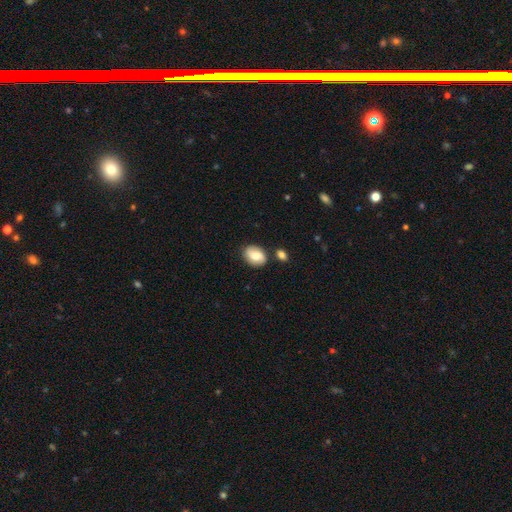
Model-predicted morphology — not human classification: Q: Smooth or featured?
A: smooth (68%); runner-up: featured or disk (24%)
Q: How rounded?
A: in between (71%); runner-up: round (28%)
Q: Merging?
A: none (73%); runner-up: minor disturbance (15%)